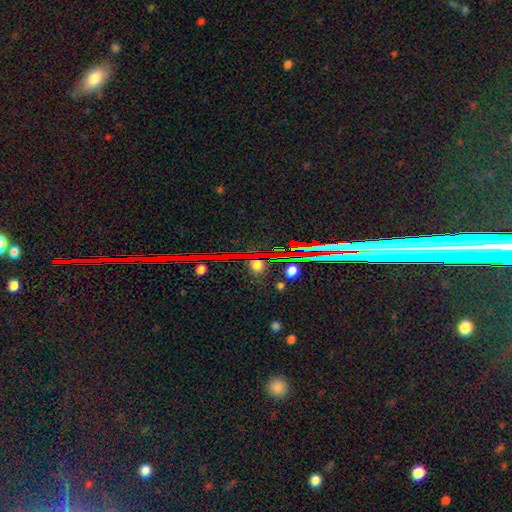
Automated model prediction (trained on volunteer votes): Smooth or featured?
  - star or artifact: 82% *
  - featured or disk: 9%
  - smooth: 9%